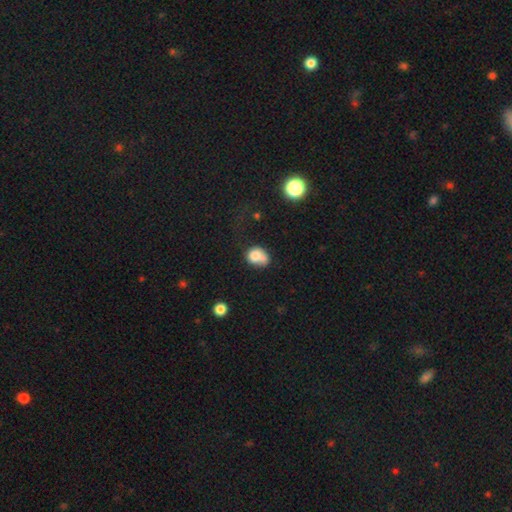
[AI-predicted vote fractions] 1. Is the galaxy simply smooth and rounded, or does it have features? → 73% smooth, 17% featured or disk, 11% star or artifact.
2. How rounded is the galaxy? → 50% round, 49% in between, 1% cigar-shaped.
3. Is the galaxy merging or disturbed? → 43% merger, 27% none, 18% minor disturbance, 12% major disturbance.